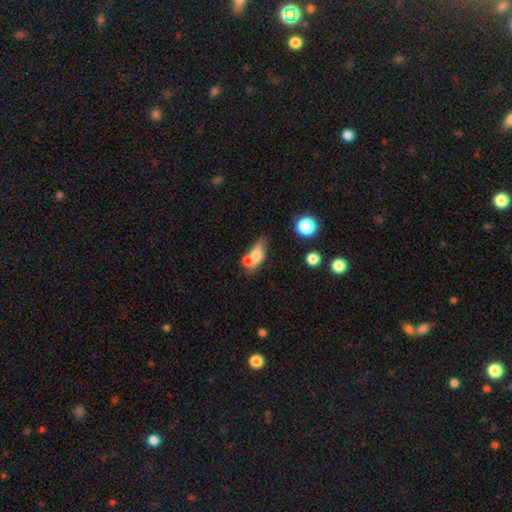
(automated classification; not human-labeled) The model was most divided on "merging": merger: 46%, none: 33%, minor disturbance: 14%, major disturbance: 8%. More confident: how rounded — in between (74%); smooth or featured — smooth (68%).